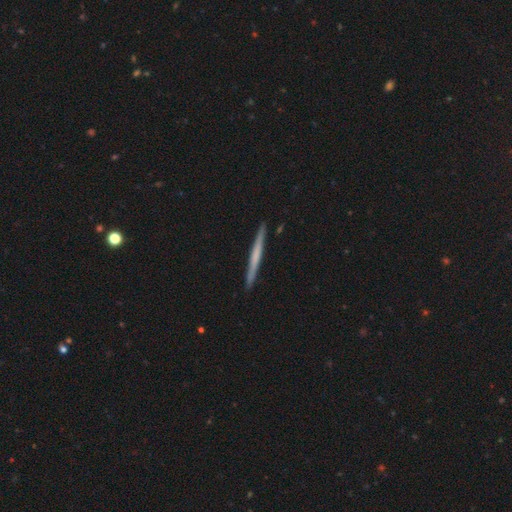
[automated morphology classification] Smooth or featured: featured or disk — 50% (smooth — 44%)
Edge-on disk: yes — 98% (no — 2%)
Merging: none — 92% (minor disturbance — 6%)